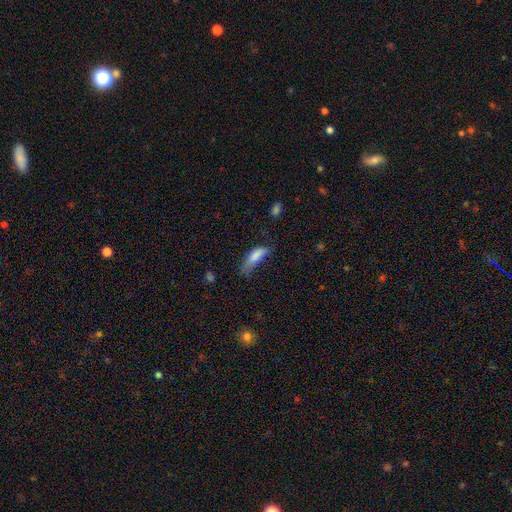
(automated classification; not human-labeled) Smooth or featured? smooth (77%)
How rounded? in between (57%)
Merging? minor disturbance (38%)